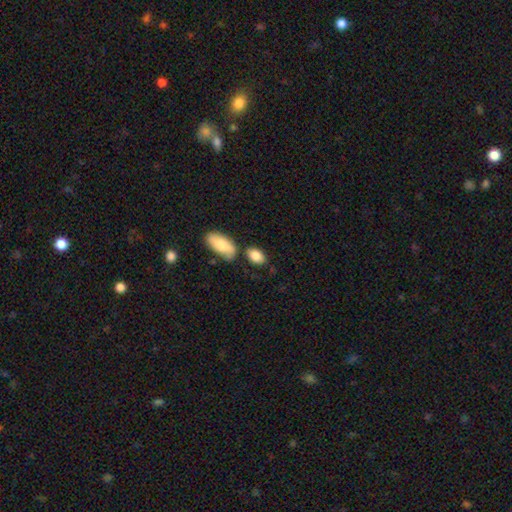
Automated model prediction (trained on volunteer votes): Overall: smooth (86%). How rounded: in between (89%). Merging: none (67%).